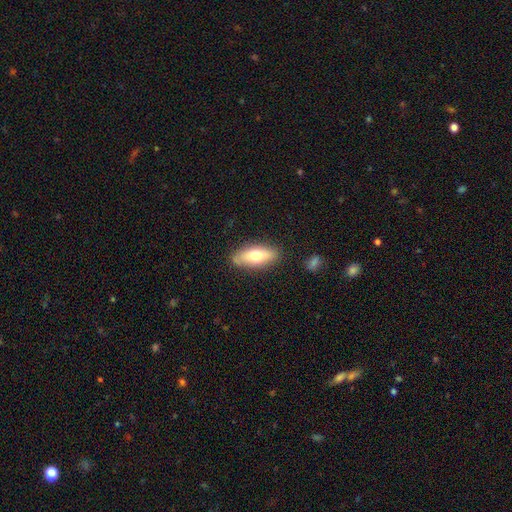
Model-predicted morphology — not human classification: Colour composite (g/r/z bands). It shows a smooth galaxy with no disk features (67%) that is in between round and cigar-shaped (71%). Merging: none (81%).